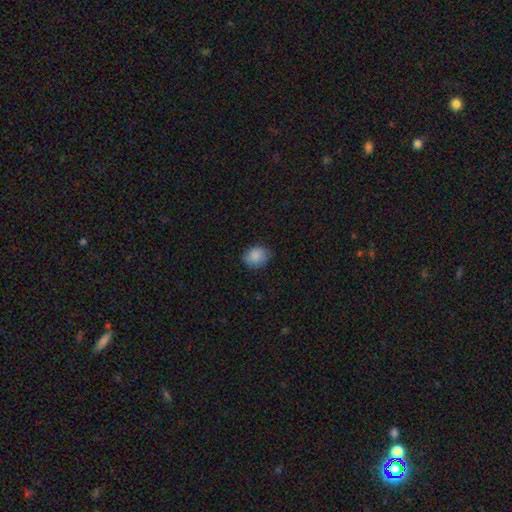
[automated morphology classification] A smooth galaxy with no disk features (86%) that is round (59%). Merging: none (77%).